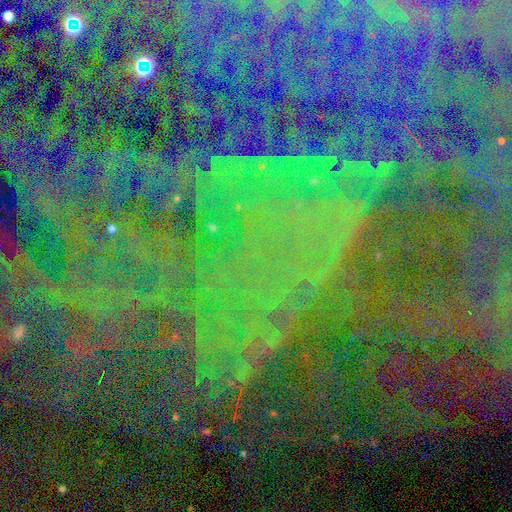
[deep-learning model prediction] This appears to be a star or artifact, not a galaxy (85%).